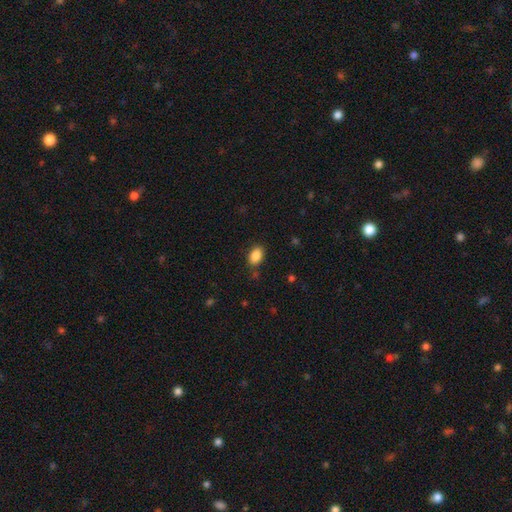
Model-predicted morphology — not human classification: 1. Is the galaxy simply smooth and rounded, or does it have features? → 88% smooth, 8% star or artifact, 4% featured or disk.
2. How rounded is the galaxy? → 87% in between, 11% round, 2% cigar-shaped.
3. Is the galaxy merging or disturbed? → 81% none, 13% minor disturbance, 3% major disturbance, 2% merger.